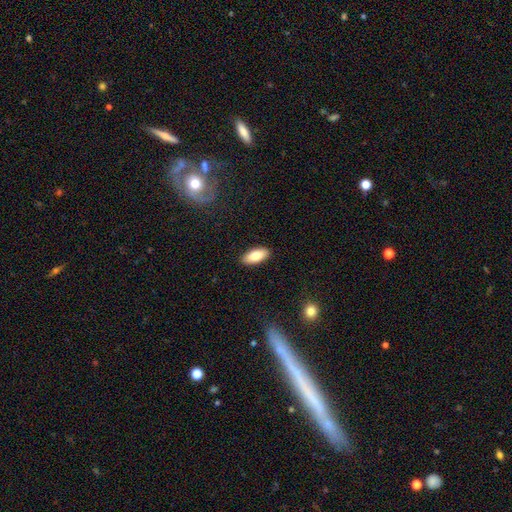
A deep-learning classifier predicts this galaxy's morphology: smooth_or_featured: smooth (p=0.81) [alt: featured or disk p=0.13]
how_rounded: in between (p=0.87) [alt: cigar-shaped p=0.11]
merging: none (p=0.90) [alt: minor disturbance p=0.07]